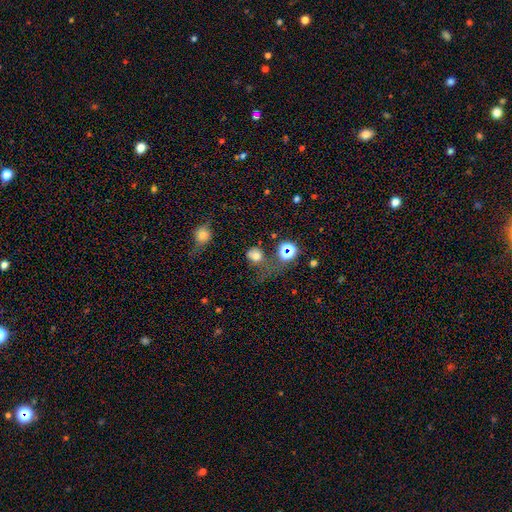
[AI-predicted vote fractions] The model was most divided on "merging": none: 44%, major disturbance: 25%, minor disturbance: 21%, merger: 11%. More confident: how rounded — round (74%); smooth or featured — smooth (68%).